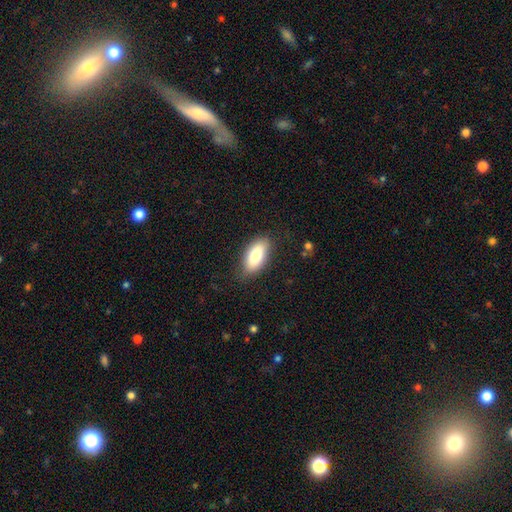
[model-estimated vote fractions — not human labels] A smooth galaxy with no disk features (80%) that is in between round and cigar-shaped (88%).

Vote fractions:
- Smooth or featured? smooth: 80% / featured or disk: 13% / star or artifact: 7%
- How rounded? in between: 88% / cigar-shaped: 10% / round: 3%
- Merging? none: 82% / minor disturbance: 13% / major disturbance: 3% / merger: 1%